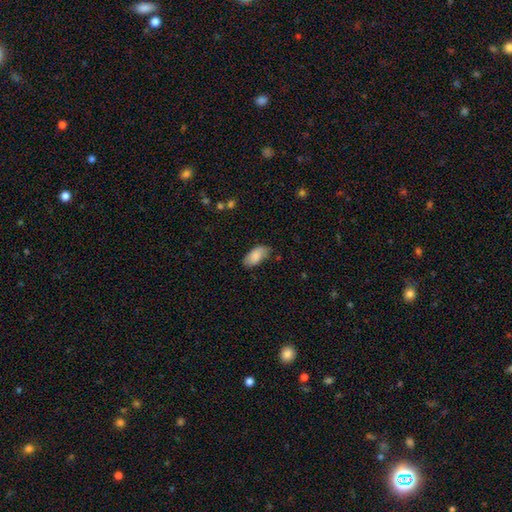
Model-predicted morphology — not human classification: smooth_or_featured: smooth (p=0.84) [alt: featured or disk p=0.10]
how_rounded: in between (p=0.93) [alt: cigar-shaped p=0.05]
merging: none (p=0.71) [alt: minor disturbance p=0.23]